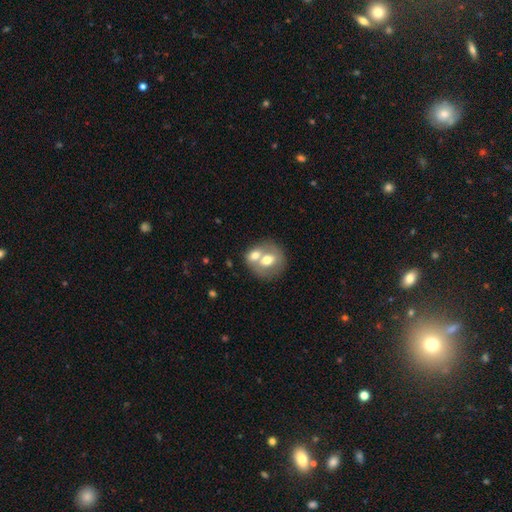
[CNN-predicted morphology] Smooth or featured? Predicted: smooth (p=0.53). How rounded? Predicted: round (p=0.80). Merging? Predicted: merger (p=0.48).